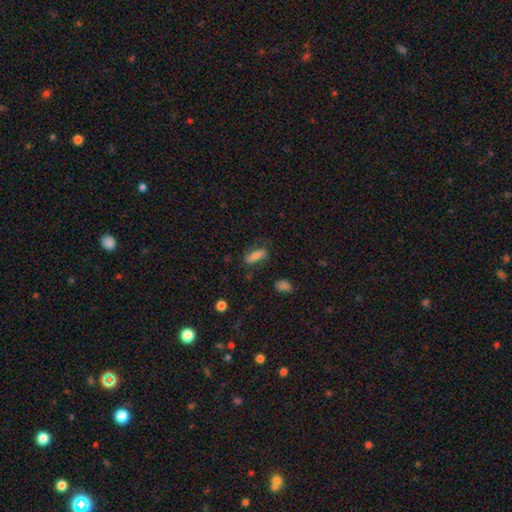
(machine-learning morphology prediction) This is likely a smooth galaxy (65%). How rounded: likely in between (62%). Merging: likely none (68%).